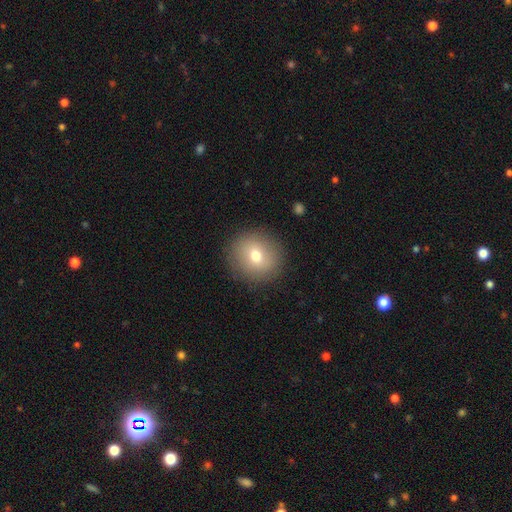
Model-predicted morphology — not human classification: smooth 73%, featured or disk 16%, star or artifact 11%. Down the decision tree: how rounded — round (90%); merging — none (89%).